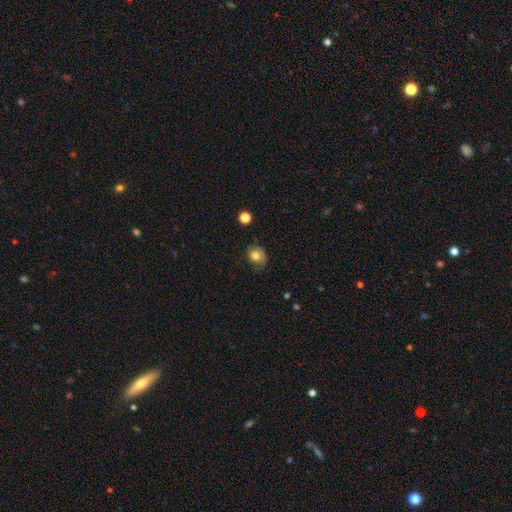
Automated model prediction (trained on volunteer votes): Smooth or featured? Predicted: smooth (p=0.77). How rounded? Predicted: round (p=0.68). Merging? Predicted: none (p=0.67).